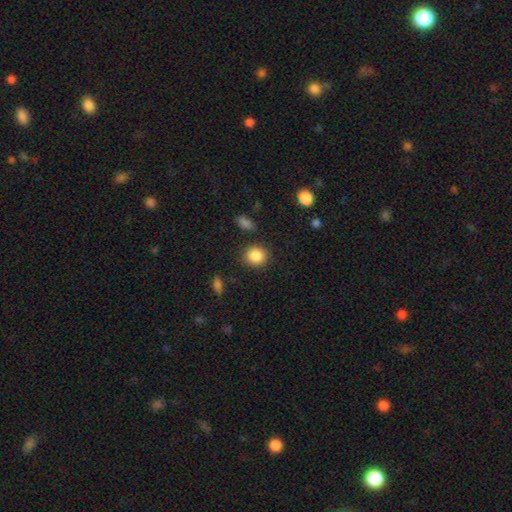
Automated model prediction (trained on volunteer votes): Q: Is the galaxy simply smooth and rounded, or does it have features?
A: smooth — 87%.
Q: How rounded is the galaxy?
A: round — 80%.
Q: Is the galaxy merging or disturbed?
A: none — 87%.